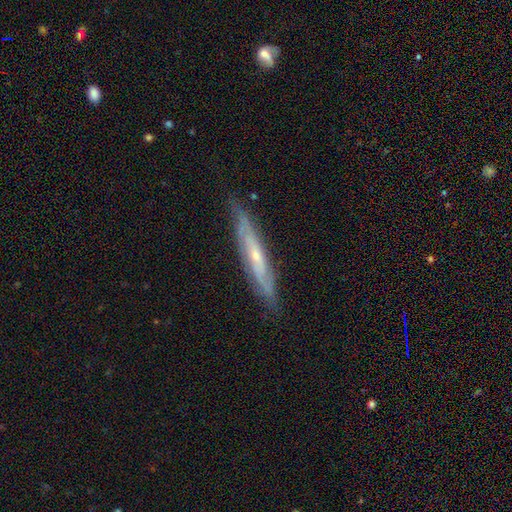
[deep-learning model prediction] This appears to be a featured or disk galaxy (74%) viewed edge-on (57%). Merging: none (76%).